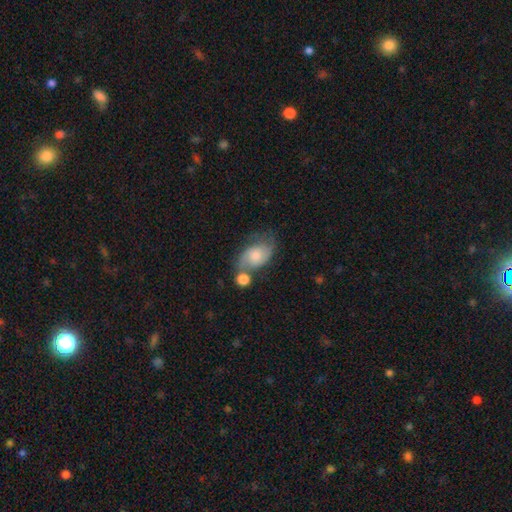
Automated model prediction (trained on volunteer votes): Overall: smooth (47%; featured or disk 45%). Merging: none (41%; minor disturbance 23%).